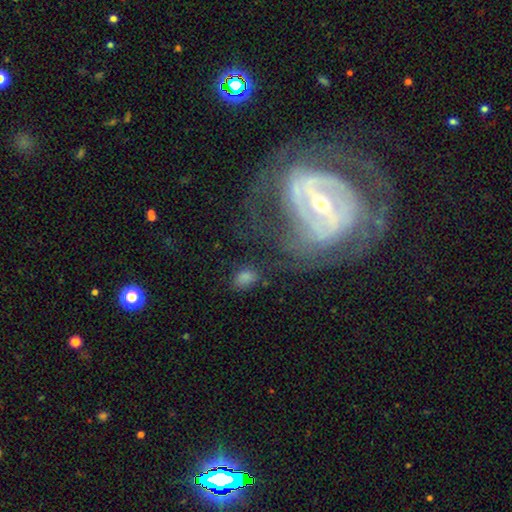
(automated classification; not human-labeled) A featured or disk galaxy (85%) with a strong bar (57%), 2 (35%, tied with can't tell) tight (55%) spiral arms (83%) and a small central bulge (58%). Merging: none (59%).